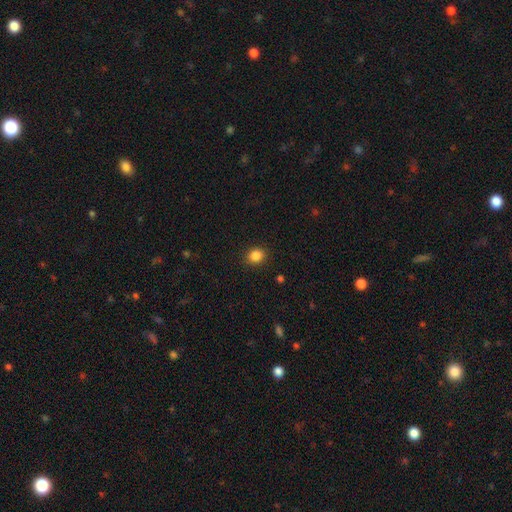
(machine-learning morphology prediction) Smooth or featured?
  - smooth: 86% *
  - star or artifact: 10%
  - featured or disk: 3%
How rounded?
  - round: 68% *
  - in between: 31%
  - cigar-shaped: 1%
Merging?
  - none: 89% *
  - minor disturbance: 8%
  - major disturbance: 2%
  - merger: 1%